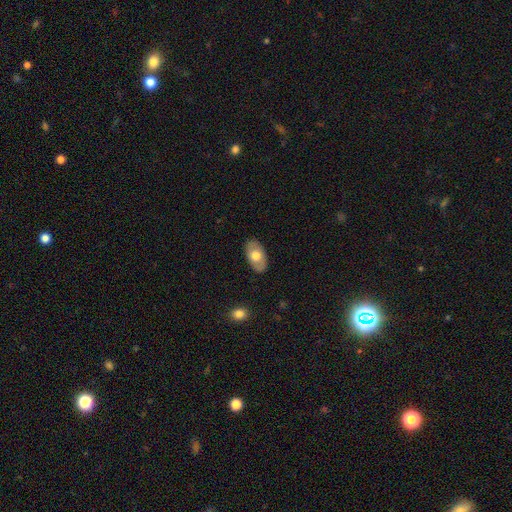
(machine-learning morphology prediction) smooth_or_featured: smooth (p=0.65) [alt: featured or disk p=0.29]
how_rounded: in between (p=0.93) [alt: round p=0.05]
merging: none (p=0.85) [alt: minor disturbance p=0.11]